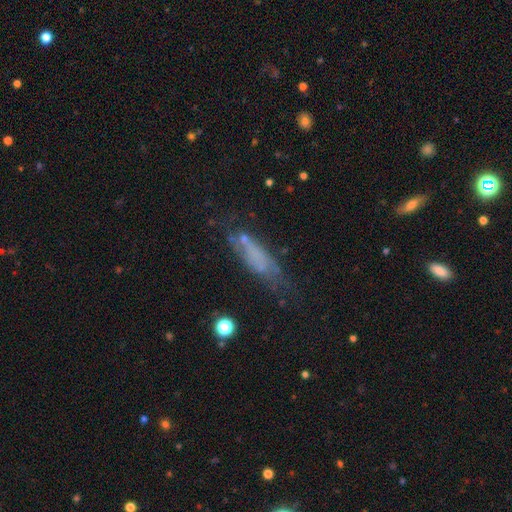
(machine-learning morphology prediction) Smooth or featured? Predicted: smooth (p=0.50). How rounded? Predicted: cigar-shaped (p=0.61). Merging? Predicted: none (p=0.49).